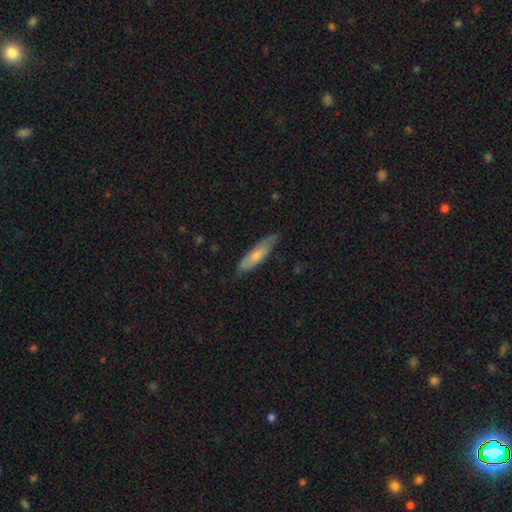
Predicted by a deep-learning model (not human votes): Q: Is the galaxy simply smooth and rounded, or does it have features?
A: smooth — 68%.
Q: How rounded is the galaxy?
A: cigar-shaped — 73%.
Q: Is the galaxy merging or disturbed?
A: none — 72%.